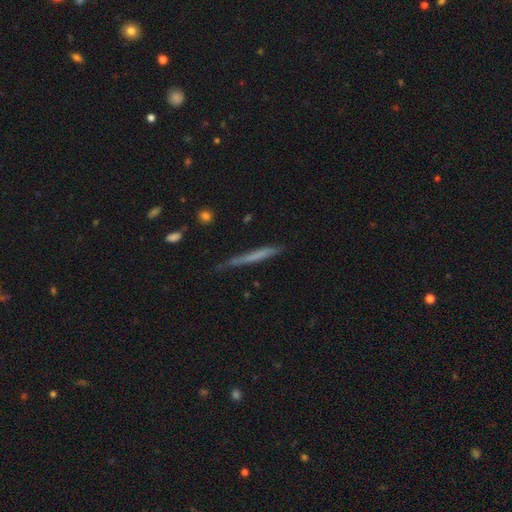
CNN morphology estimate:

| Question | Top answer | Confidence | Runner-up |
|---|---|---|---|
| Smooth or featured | smooth | 54% | featured or disk (39%) |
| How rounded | cigar-shaped | 96% | in between (2%) |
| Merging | none | 72% | minor disturbance (21%) |